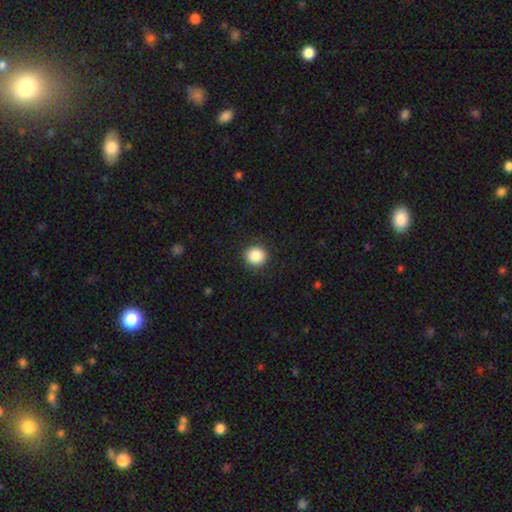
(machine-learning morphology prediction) Smooth or featured? smooth (87%)
How rounded? round (91%)
Merging? none (92%)